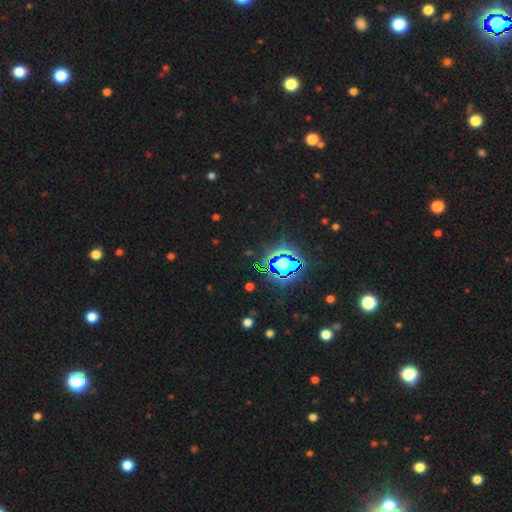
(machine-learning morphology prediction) Smooth or featured? Predicted: star or artifact (p=0.80).